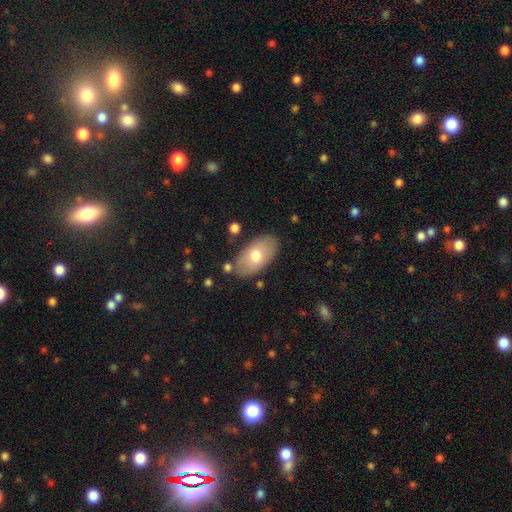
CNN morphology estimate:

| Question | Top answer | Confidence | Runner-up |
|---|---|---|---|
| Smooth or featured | smooth | 68% | featured or disk (26%) |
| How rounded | in between | 94% | round (4%) |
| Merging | none | 81% | minor disturbance (13%) |